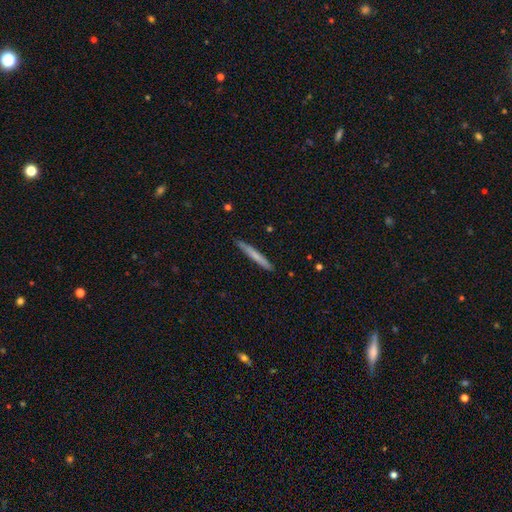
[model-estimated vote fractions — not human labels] Smooth or featured? smooth (63%)
How rounded? cigar-shaped (96%)
Merging? none (90%)